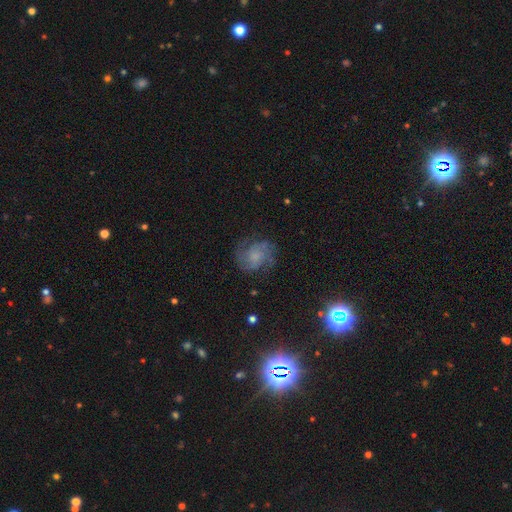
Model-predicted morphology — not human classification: A featured or disk galaxy (69%) with no bar (73%), 2 (35%) medium (45%) spiral arms (92%) and no central bulge (36%). Merging: none (70%).